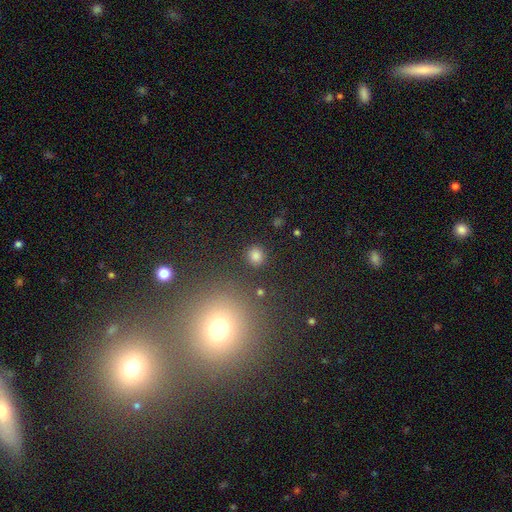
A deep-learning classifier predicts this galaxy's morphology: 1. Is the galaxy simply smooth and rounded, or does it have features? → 82% smooth, 14% star or artifact, 4% featured or disk.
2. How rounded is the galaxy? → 88% round, 11% in between, 1% cigar-shaped.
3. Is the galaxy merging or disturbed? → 88% none, 6% minor disturbance, 3% major disturbance, 2% merger.